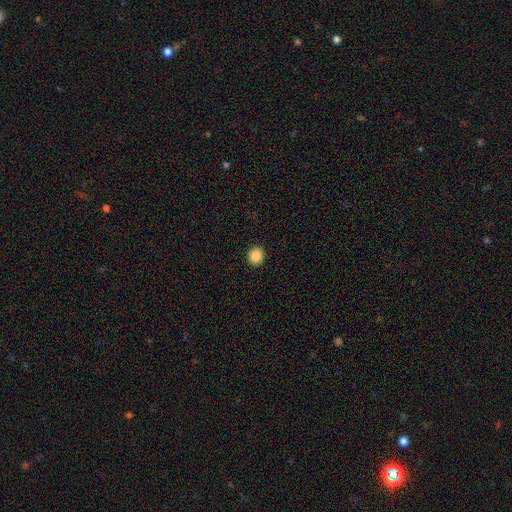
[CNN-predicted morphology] Smooth or featured? Predicted: smooth (p=0.88). How rounded? Predicted: round (p=0.89). Merging? Predicted: none (p=0.93).